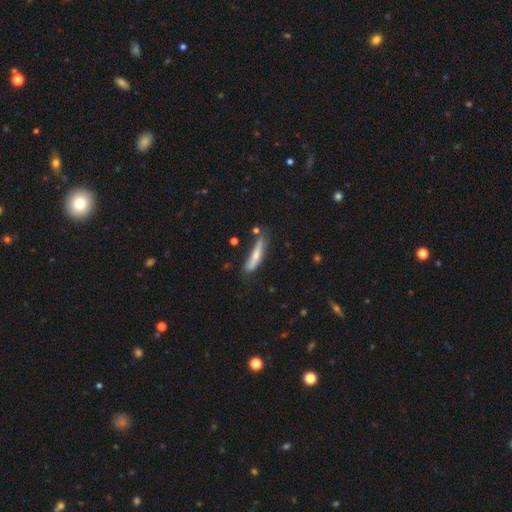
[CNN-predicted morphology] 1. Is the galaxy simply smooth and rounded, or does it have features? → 58% smooth, 35% featured or disk, 6% star or artifact.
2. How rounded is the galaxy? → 84% cigar-shaped, 14% in between, 2% round.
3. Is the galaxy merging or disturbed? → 58% none, 27% minor disturbance, 8% major disturbance, 8% merger.